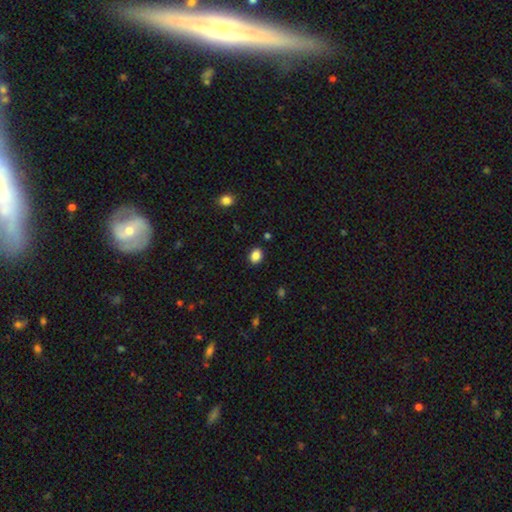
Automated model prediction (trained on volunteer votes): This is clearly a smooth galaxy (86%). How rounded: likely in between (61%). Merging: clearly none (88%).